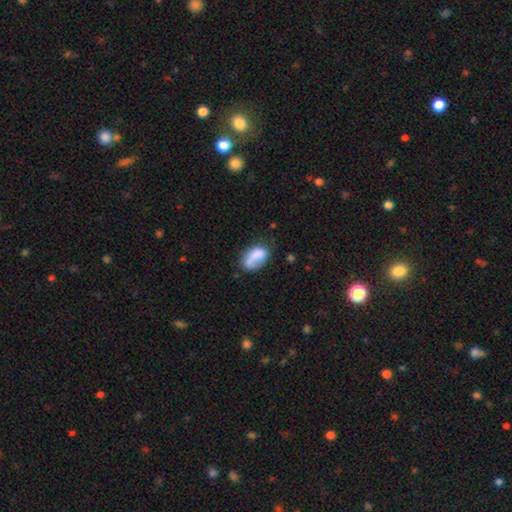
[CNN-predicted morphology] Smooth or featured?
  - smooth: 74% *
  - featured or disk: 18%
  - star or artifact: 8%
How rounded?
  - in between: 88% *
  - round: 10%
  - cigar-shaped: 2%
Merging?
  - none: 48% *
  - minor disturbance: 27%
  - major disturbance: 18%
  - merger: 7%